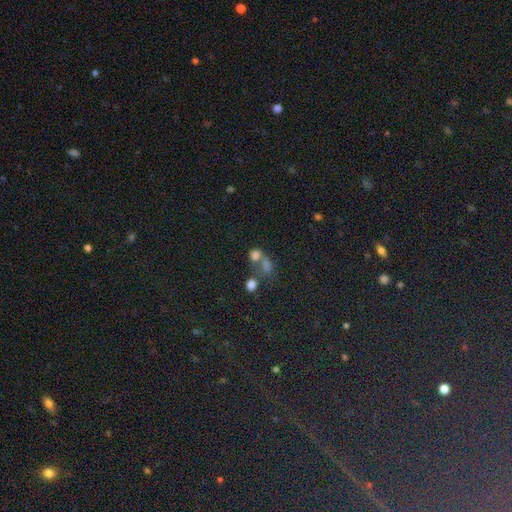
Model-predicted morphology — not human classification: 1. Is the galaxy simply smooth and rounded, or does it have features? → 66% smooth, 21% star or artifact, 13% featured or disk.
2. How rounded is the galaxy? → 57% round, 41% in between, 2% cigar-shaped.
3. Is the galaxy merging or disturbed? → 50% merger, 32% none, 9% minor disturbance, 8% major disturbance.